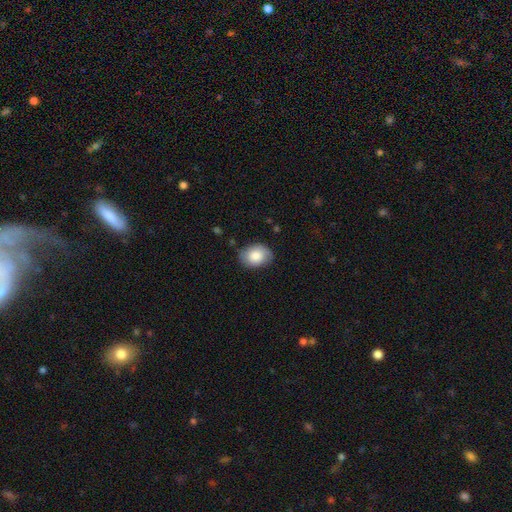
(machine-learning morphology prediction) Smooth or featured? smooth (81%)
How rounded? in between (71%)
Merging? none (76%)